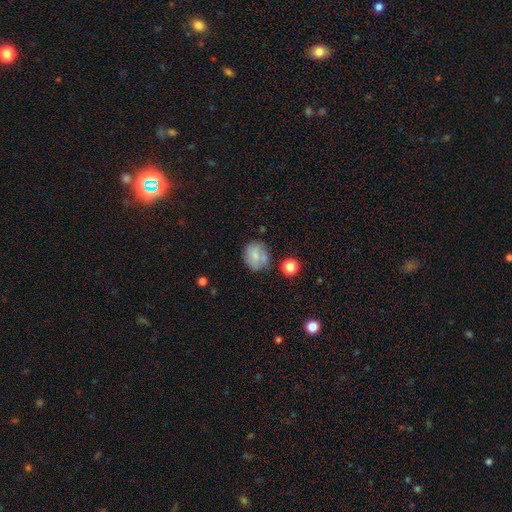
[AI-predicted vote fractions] This is likely a smooth galaxy (73%). How rounded: likely round (67%). Merging: likely none (63%).